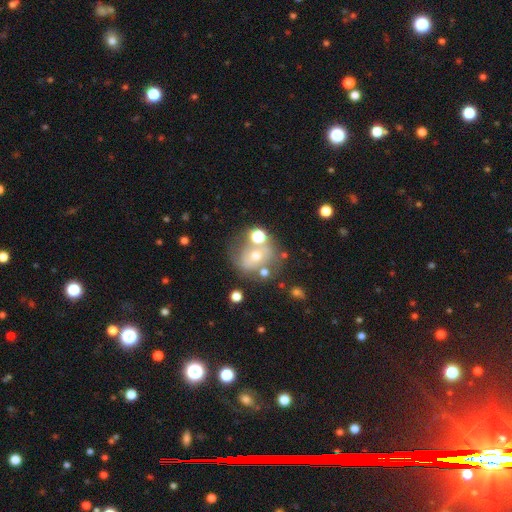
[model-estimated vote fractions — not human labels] featured or disk 44%, smooth 41%, star or artifact 14%. Down the decision tree: merging — none (53%).